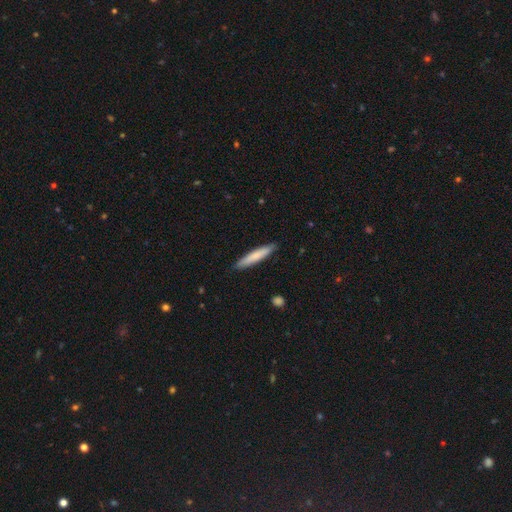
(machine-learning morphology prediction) smooth 76%, featured or disk 19%, star or artifact 5%. Down the decision tree: how rounded — cigar-shaped (93%); merging — none (90%).